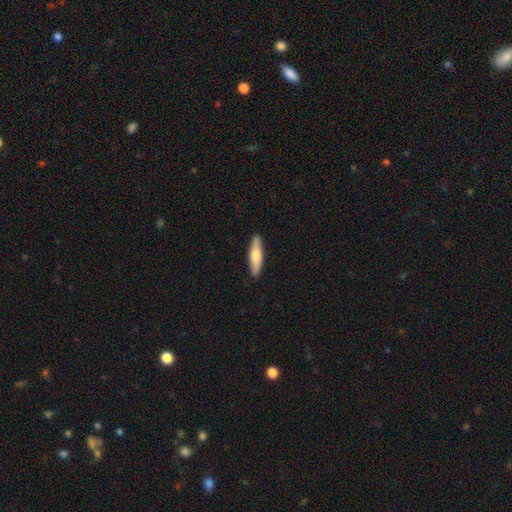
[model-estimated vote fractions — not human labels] Smooth or featured? smooth (69%)
How rounded? cigar-shaped (74%)
Merging? none (89%)